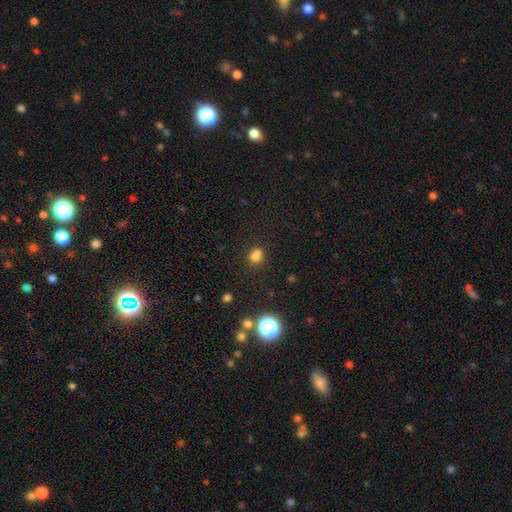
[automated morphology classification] smooth 74%, star or artifact 19%, featured or disk 7%. Down the decision tree: how rounded — round (63%); merging — none (61%).